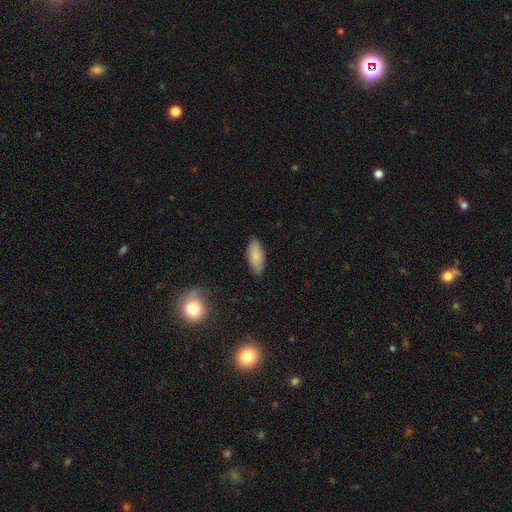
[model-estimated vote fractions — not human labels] Smooth or featured? smooth (84%)
How rounded? in between (85%)
Merging? none (82%)